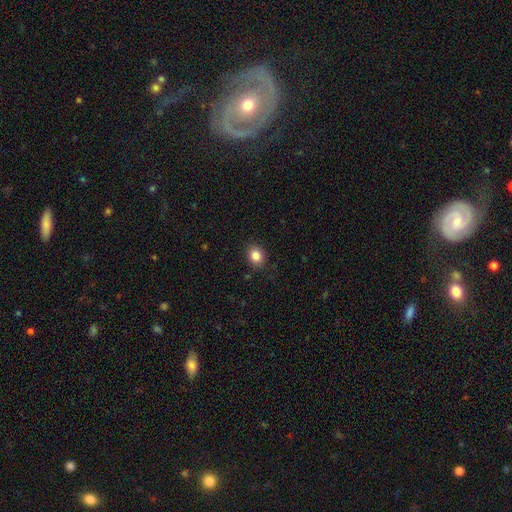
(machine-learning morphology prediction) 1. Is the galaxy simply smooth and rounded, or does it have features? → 85% smooth, 10% star or artifact, 5% featured or disk.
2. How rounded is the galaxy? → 52% round, 47% in between, 1% cigar-shaped.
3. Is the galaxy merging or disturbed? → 86% none, 11% minor disturbance, 3% major disturbance, 1% merger.